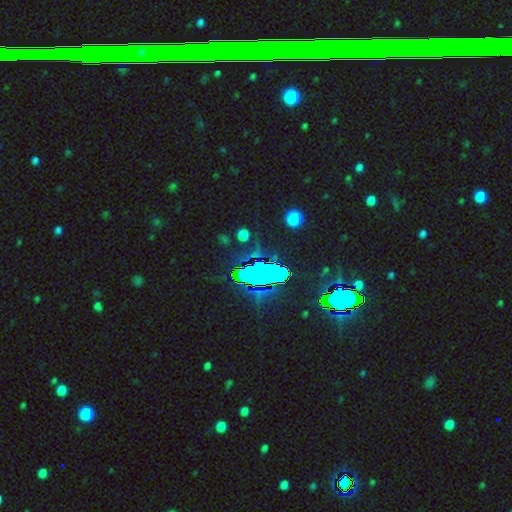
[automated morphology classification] A star or artifact, not a galaxy (68%).